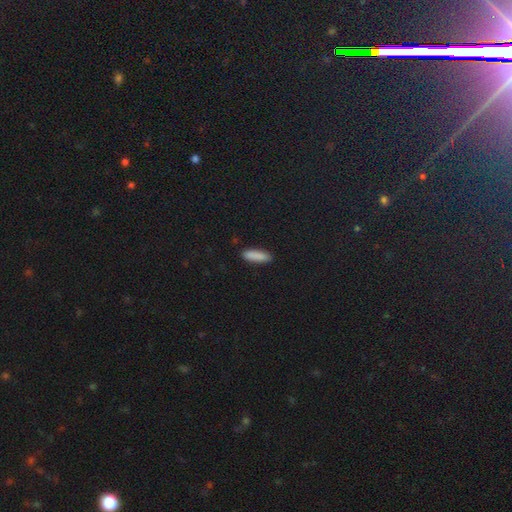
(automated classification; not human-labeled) Smooth or featured: smooth — 88% (star or artifact — 7%)
How rounded: cigar-shaped — 64% (in between — 34%)
Merging: none — 89% (minor disturbance — 8%)